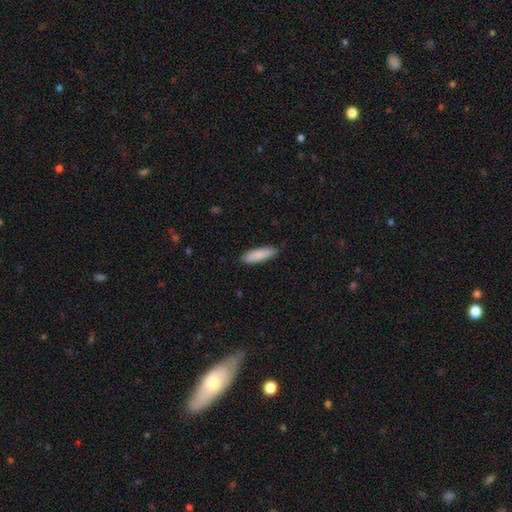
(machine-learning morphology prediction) Smooth or featured: smooth — 87% (featured or disk — 8%)
How rounded: cigar-shaped — 59% (in between — 40%)
Merging: none — 86% (minor disturbance — 12%)